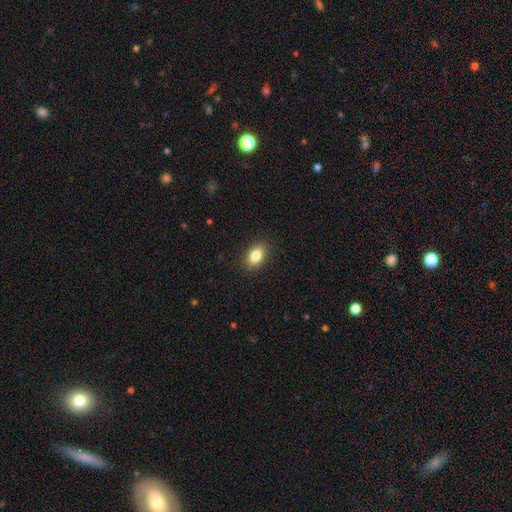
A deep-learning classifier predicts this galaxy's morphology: A smooth galaxy with no disk features (84%) that is in between round and cigar-shaped (88%). Merging: none (88%).